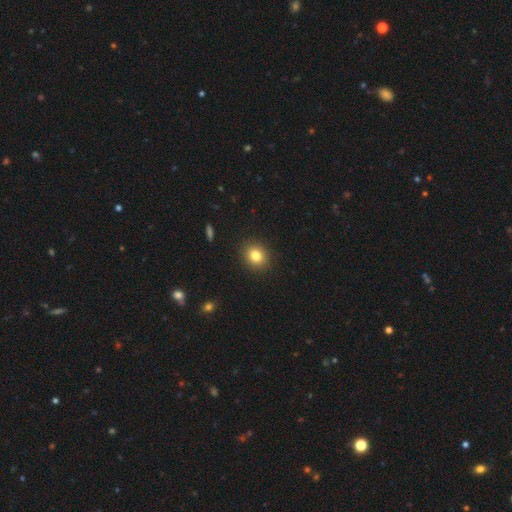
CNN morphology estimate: Smooth or featured? Predicted: smooth (p=0.82). How rounded? Predicted: round (p=0.68). Merging? Predicted: none (p=0.90).